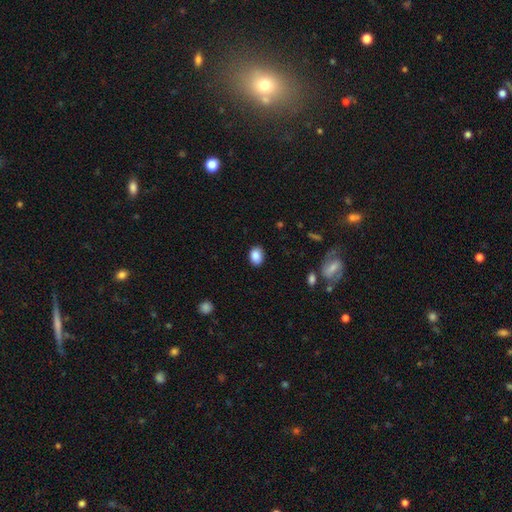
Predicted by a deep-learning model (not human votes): Smooth or featured?
  - smooth: 88% *
  - star or artifact: 8%
  - featured or disk: 4%
How rounded?
  - in between: 69% *
  - round: 30%
  - cigar-shaped: 1%
Merging?
  - none: 86% *
  - minor disturbance: 10%
  - major disturbance: 2%
  - merger: 1%